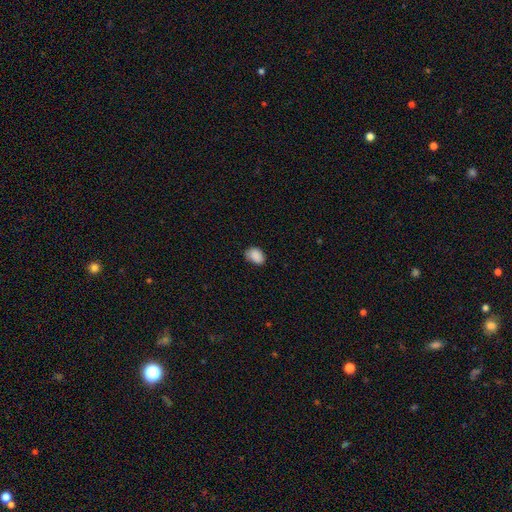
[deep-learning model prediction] Morphology: type=smooth (87%); roundness=in between (76%); merging=none (66%).